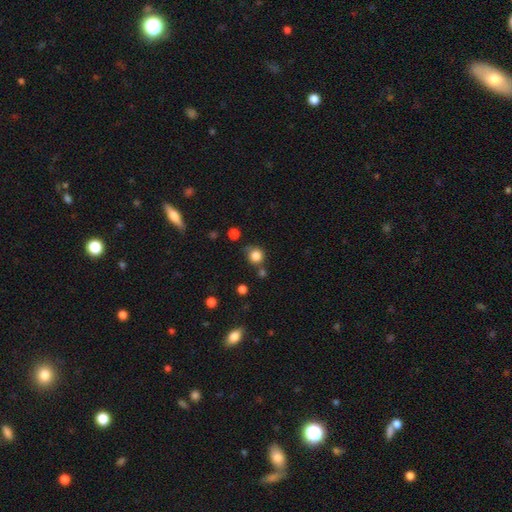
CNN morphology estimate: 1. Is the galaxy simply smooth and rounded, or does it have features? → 84% smooth, 11% star or artifact, 5% featured or disk.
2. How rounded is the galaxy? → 90% round, 9% in between, 1% cigar-shaped.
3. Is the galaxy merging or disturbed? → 69% none, 18% minor disturbance, 9% merger, 5% major disturbance.